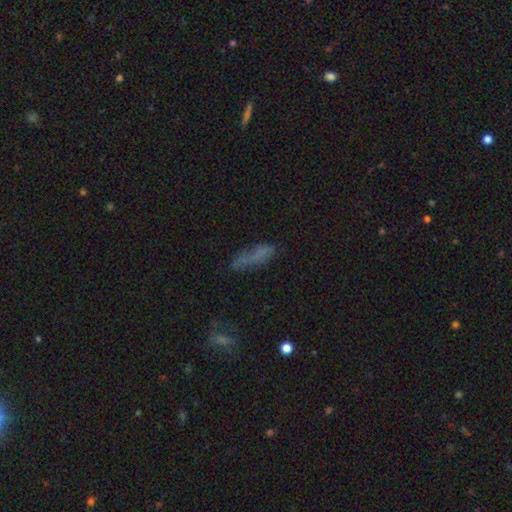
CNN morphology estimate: Smooth or featured? Predicted: smooth (p=0.59). How rounded? Predicted: cigar-shaped (p=0.67). Merging? Predicted: none (p=0.58).